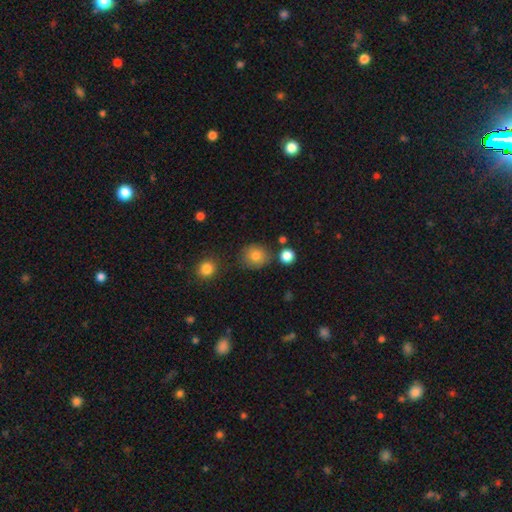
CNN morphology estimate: smooth 81%, star or artifact 11%, featured or disk 8%. Down the decision tree: how rounded — round (87%); merging — none (79%).